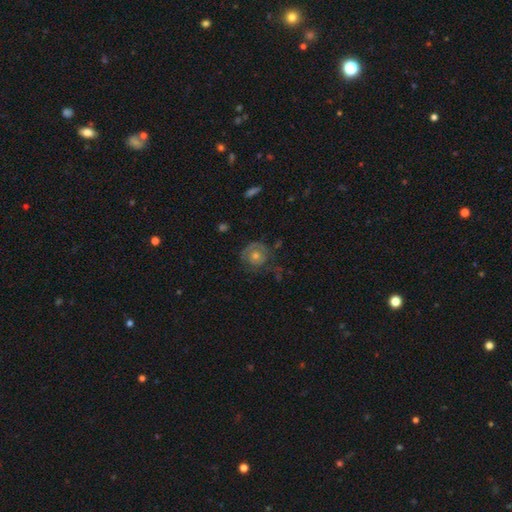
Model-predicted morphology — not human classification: smooth-or-featured: featured or disk: 58% | smooth: 29% | star or artifact: 13%
  disk-edge-on: no: 97% | yes: 3%
    bar: no: 85% | weak: 13% | strong: 3%
    has-spiral-arms: yes: 66% | no: 34%
    bulge-size: moderate: 61% | small: 31% | large: 5% | none: 2% | dominant: 1%
  merging: none: 67% | minor disturbance: 19% | major disturbance: 12% | merger: 2%